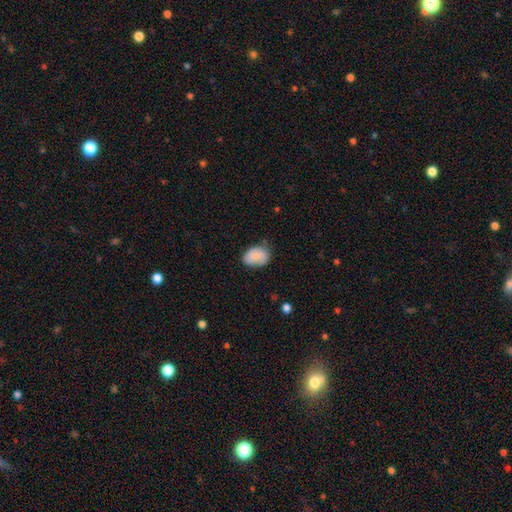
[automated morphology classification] Q: Smooth or featured?
A: smooth (79%); runner-up: featured or disk (14%)
Q: How rounded?
A: in between (78%); runner-up: round (21%)
Q: Merging?
A: none (64%); runner-up: minor disturbance (28%)